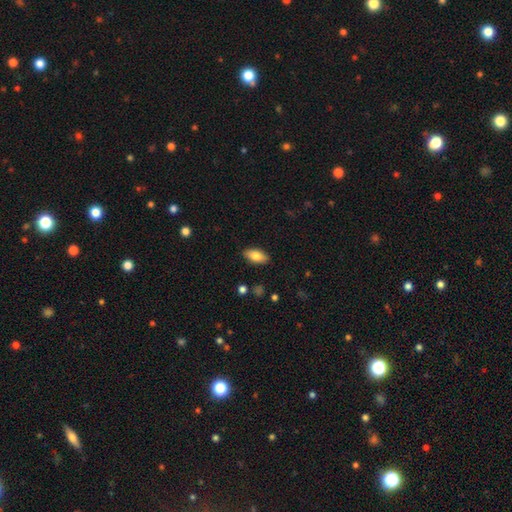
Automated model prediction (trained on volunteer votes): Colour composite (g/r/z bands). It shows a smooth galaxy with no disk features (80%) that is in between round and cigar-shaped (89%). Merging: none (88%).